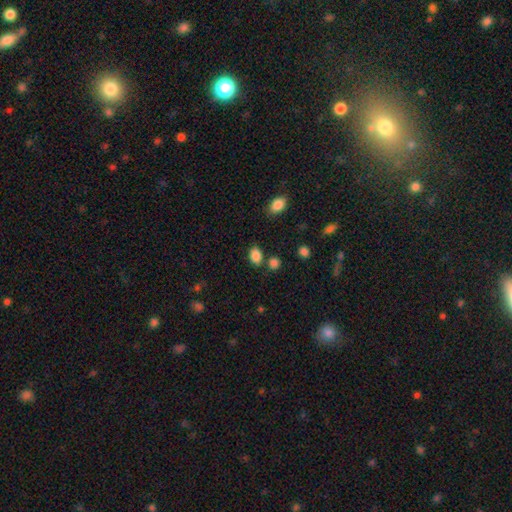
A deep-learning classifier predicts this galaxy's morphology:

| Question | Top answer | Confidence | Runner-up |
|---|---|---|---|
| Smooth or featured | smooth | 87% | star or artifact (9%) |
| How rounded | in between | 77% | round (22%) |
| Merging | none | 72% | minor disturbance (13%) |